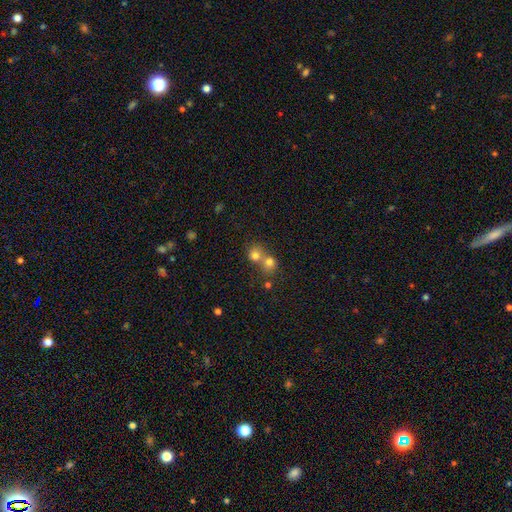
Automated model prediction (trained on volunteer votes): Smooth or featured?
  - smooth: 74% *
  - star or artifact: 14%
  - featured or disk: 12%
How rounded?
  - round: 82% *
  - in between: 17%
  - cigar-shaped: 1%
Merging?
  - merger: 58% *
  - none: 36%
  - minor disturbance: 5%
  - major disturbance: 2%